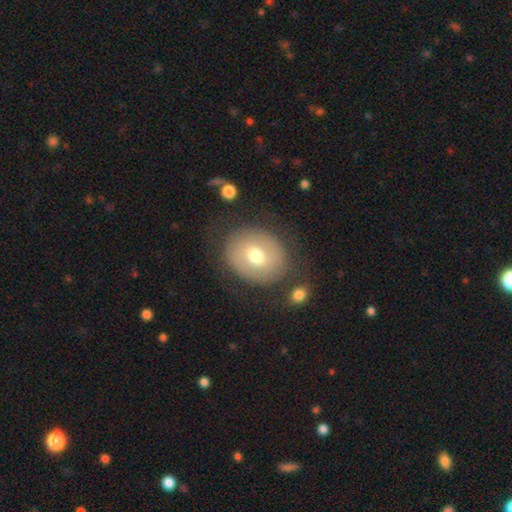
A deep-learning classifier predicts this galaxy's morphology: smooth_or_featured: smooth (p=0.60) [alt: featured or disk p=0.31]
how_rounded: round (p=0.58) [alt: in between p=0.41]
merging: none (p=0.76) [alt: minor disturbance p=0.14]